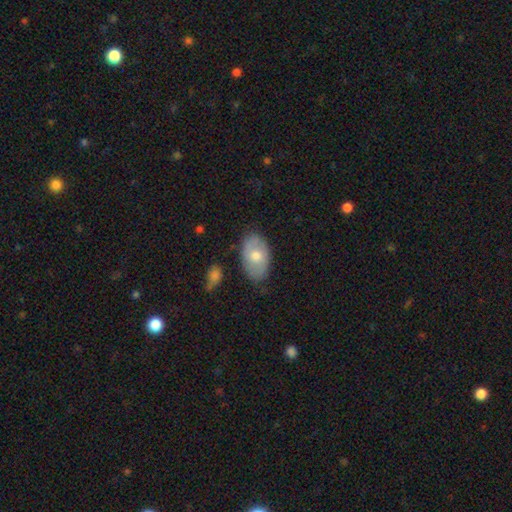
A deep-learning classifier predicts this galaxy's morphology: smooth-or-featured: smooth: 63% | featured or disk: 30% | star or artifact: 6%
  how-rounded: in between: 91% | round: 7% | cigar-shaped: 1%
  merging: none: 79% | minor disturbance: 16% | major disturbance: 3% | merger: 2%